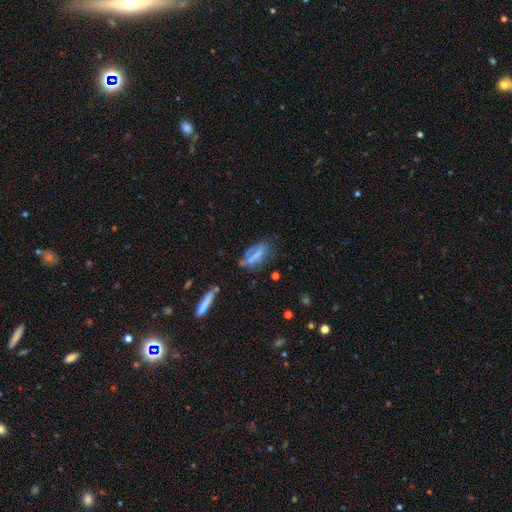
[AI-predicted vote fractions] Morphology: type=smooth (51%); roundness=in between (63%); merging=none (41%).